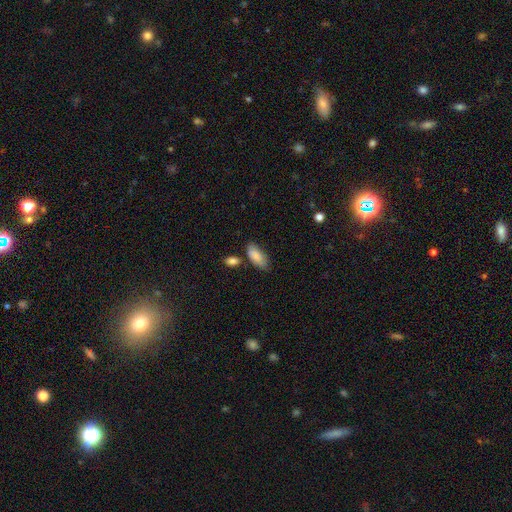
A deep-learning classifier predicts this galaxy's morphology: This is clearly a smooth galaxy (87%). How rounded: clearly in between (87%). Merging: likely none (67%).